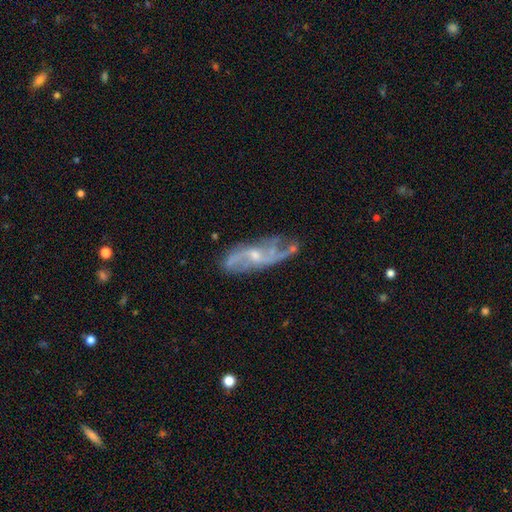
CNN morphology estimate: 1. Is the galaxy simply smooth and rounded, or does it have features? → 80% featured or disk, 12% smooth, 8% star or artifact.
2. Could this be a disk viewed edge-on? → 88% no, 12% yes.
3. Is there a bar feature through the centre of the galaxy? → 55% no, 37% weak, 8% strong.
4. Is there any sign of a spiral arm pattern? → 89% yes, 11% no.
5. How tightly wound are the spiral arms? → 49% loose, 36% medium, 15% tight.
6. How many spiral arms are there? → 55% 2, 21% can't tell, 12% 3, 5% 4, 4% 1, 3% more than 4.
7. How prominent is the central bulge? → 62% small, 31% moderate, 5% none, 1% large, 1% dominant.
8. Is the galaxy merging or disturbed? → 59% none, 24% minor disturbance, 12% major disturbance, 4% merger.